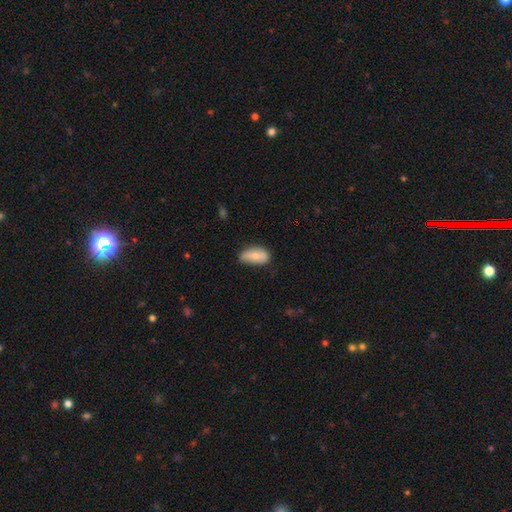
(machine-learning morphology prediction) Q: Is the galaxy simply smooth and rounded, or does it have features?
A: smooth — 78%.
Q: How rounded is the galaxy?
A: in between — 91%.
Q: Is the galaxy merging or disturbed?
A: none — 56%.